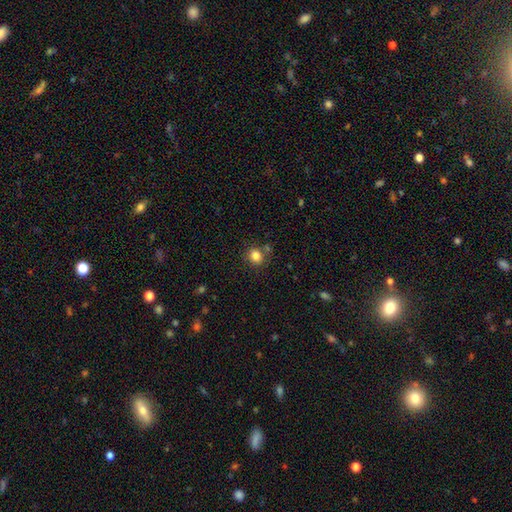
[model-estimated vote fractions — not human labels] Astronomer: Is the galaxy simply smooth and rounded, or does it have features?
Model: smooth — 83%.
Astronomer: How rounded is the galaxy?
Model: round — 75%.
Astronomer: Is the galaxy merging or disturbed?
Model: none — 77%.